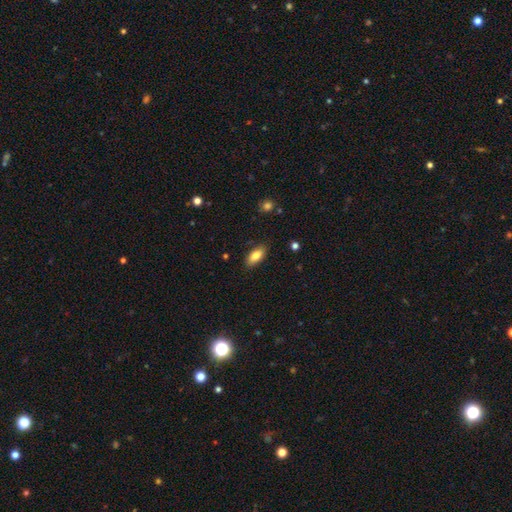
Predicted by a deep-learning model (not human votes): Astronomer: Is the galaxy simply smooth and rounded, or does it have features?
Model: smooth — 81%.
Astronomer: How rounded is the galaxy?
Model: in between — 86%.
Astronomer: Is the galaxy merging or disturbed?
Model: none — 86%.